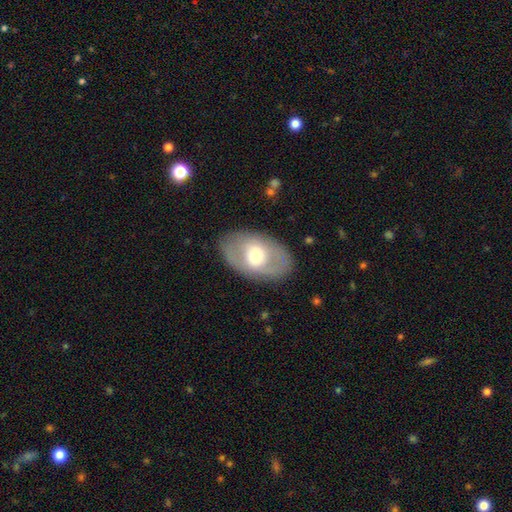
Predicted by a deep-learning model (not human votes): A featured or disk galaxy (48%).

Vote fractions:
- Smooth or featured? featured or disk: 48% / smooth: 45% / star or artifact: 6%
- Merging? none: 82% / minor disturbance: 11% / major disturbance: 5% / merger: 1%